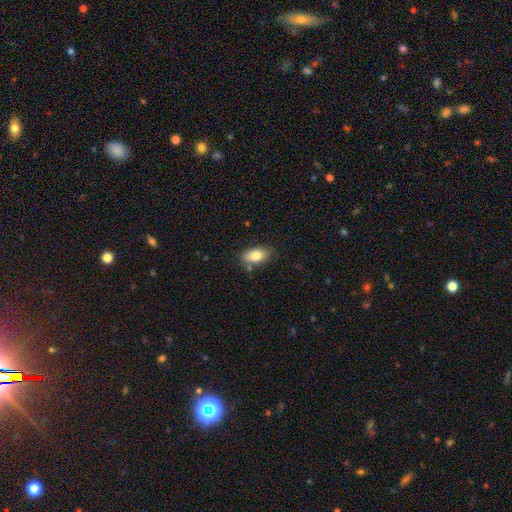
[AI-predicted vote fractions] Smooth or featured?
  - smooth: 81% *
  - featured or disk: 11%
  - star or artifact: 7%
How rounded?
  - in between: 91% *
  - round: 5%
  - cigar-shaped: 4%
Merging?
  - none: 75% *
  - minor disturbance: 17%
  - merger: 5%
  - major disturbance: 3%